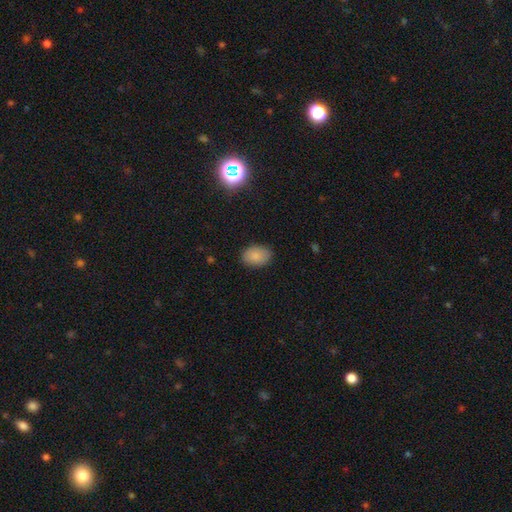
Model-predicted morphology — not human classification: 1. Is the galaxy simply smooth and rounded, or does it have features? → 86% smooth, 8% star or artifact, 6% featured or disk.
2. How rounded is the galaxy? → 80% in between, 19% round, 1% cigar-shaped.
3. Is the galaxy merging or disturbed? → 85% none, 11% minor disturbance, 3% major disturbance, 1% merger.